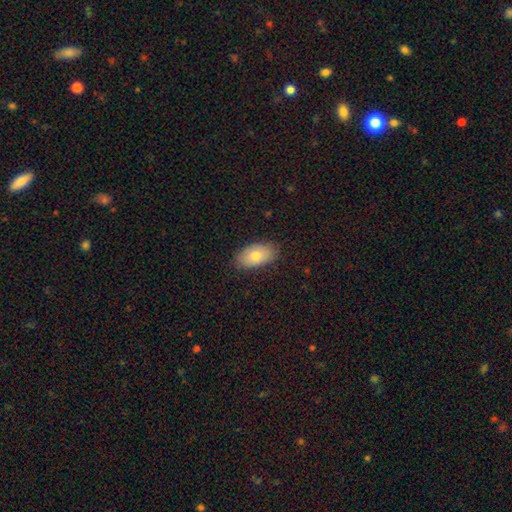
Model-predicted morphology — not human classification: This appears to be a smooth galaxy with no disk features (76%) that is in between round and cigar-shaped (93%). Merging: none (84%).